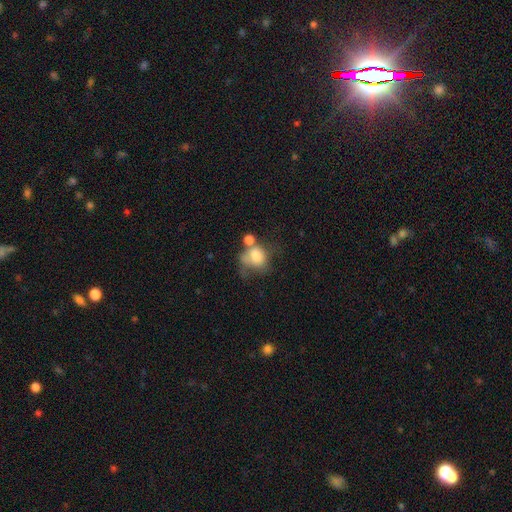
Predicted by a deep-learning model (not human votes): This appears to be a smooth galaxy with no disk features (71%) that is round (56%). Merging: merger (33%).